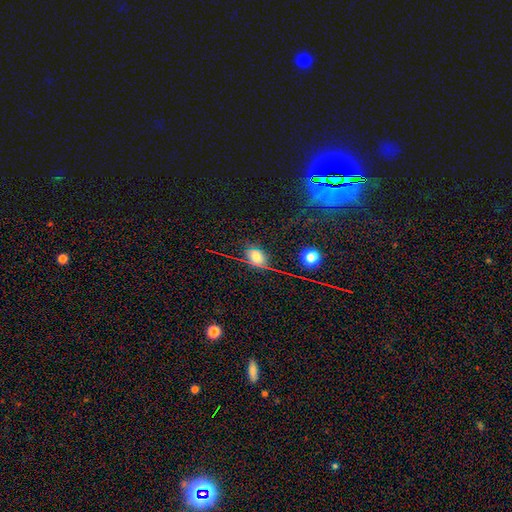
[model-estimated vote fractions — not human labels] Smooth or featured?
  - smooth: 60% *
  - star or artifact: 28%
  - featured or disk: 12%
How rounded?
  - in between: 68% *
  - round: 29%
  - cigar-shaped: 3%
Merging?
  - none: 76% *
  - minor disturbance: 15%
  - major disturbance: 6%
  - merger: 3%